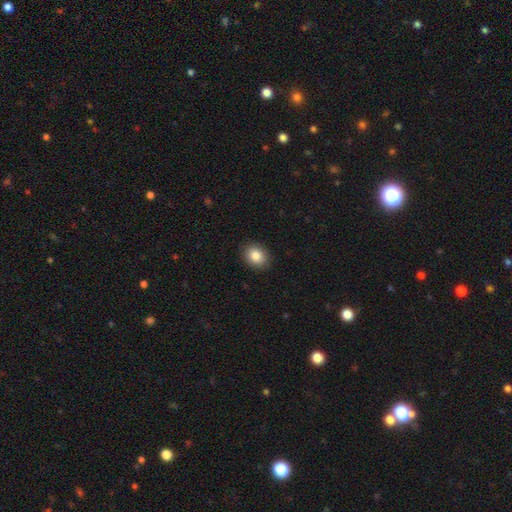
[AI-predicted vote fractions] The model was most divided on "how rounded": in between: 57%, round: 42%, cigar-shaped: 1%. More confident: merging — none (90%); smooth or featured — smooth (85%).